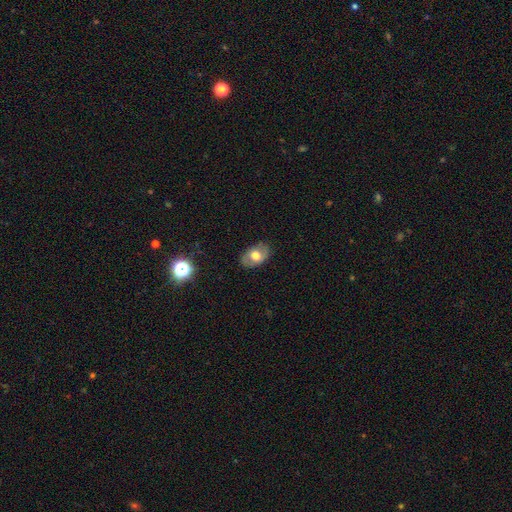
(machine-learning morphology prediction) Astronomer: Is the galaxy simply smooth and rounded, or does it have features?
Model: smooth — 63%.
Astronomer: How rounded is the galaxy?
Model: in between — 85%.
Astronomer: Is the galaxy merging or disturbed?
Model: none — 82%.